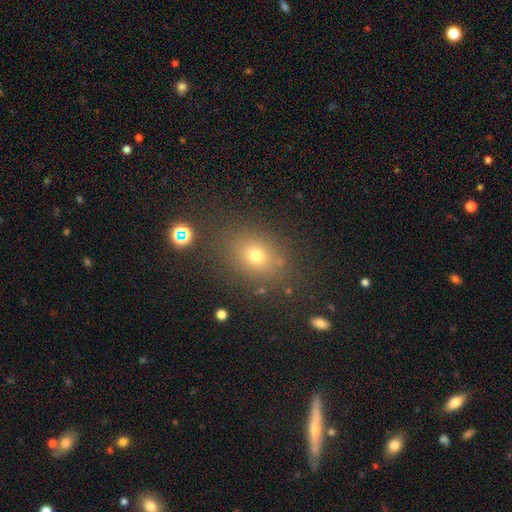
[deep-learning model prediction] Smooth or featured: smooth — 69% (star or artifact — 20%)
How rounded: round — 52% (in between — 47%)
Merging: none — 80% (minor disturbance — 11%)